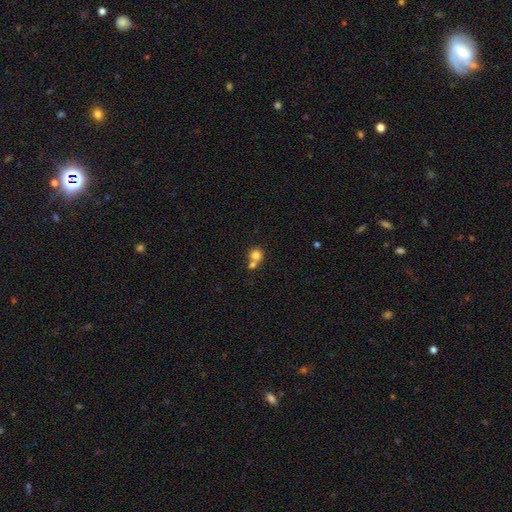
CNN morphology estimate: Smooth or featured?
  - smooth: 79% *
  - featured or disk: 11%
  - star or artifact: 10%
How rounded?
  - round: 87% *
  - in between: 12%
  - cigar-shaped: 1%
Merging?
  - merger: 50% *
  - none: 41%
  - minor disturbance: 6%
  - major disturbance: 3%